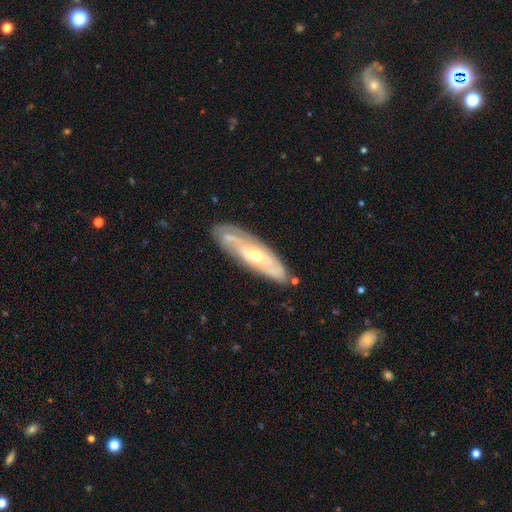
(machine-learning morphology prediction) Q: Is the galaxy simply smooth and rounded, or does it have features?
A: featured or disk — 76%.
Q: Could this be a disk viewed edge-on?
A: no — 76%.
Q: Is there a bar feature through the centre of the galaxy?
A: no — 65%.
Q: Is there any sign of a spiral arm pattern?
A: yes — 82%.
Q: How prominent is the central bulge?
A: moderate — 54%.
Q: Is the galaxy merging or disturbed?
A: none — 79%.